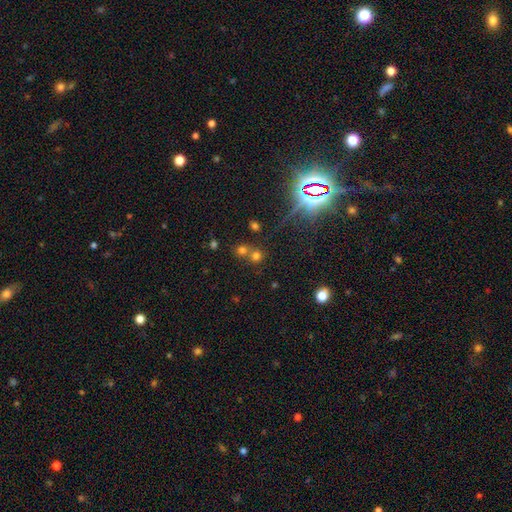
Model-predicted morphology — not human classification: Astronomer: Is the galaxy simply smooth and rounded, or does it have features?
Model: smooth — 60%.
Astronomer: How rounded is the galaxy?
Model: round — 88%.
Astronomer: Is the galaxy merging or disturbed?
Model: none — 55% (runner-up: merger, 36%).